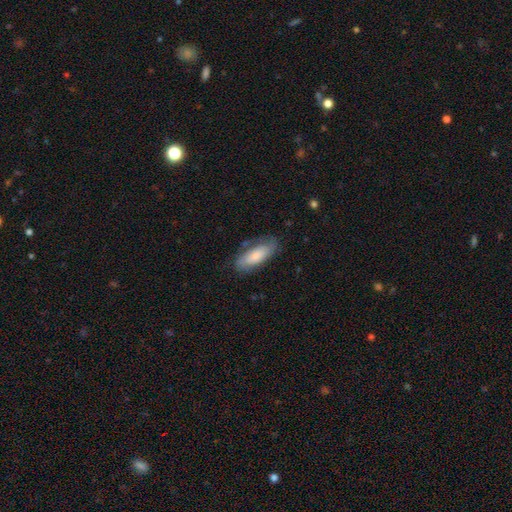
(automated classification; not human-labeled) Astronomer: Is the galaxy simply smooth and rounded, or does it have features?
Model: smooth — 71%.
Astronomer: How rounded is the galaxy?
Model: in between — 71%.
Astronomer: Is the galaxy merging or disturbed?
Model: none — 69%.